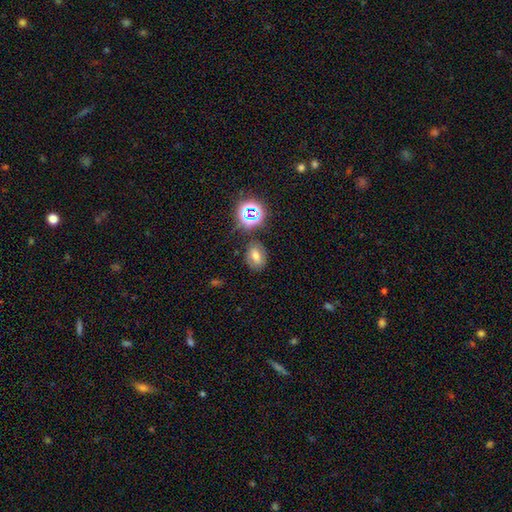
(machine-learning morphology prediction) This is possibly a smooth galaxy (51%). How rounded: likely in between (65%). Merging: likely none (77%).